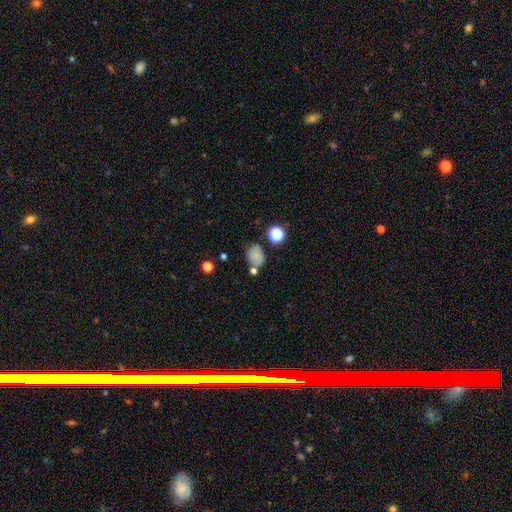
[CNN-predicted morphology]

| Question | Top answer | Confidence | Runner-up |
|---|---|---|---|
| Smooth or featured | smooth | 76% | star or artifact (15%) |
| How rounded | in between | 65% | round (34%) |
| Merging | none | 62% | minor disturbance (19%) |